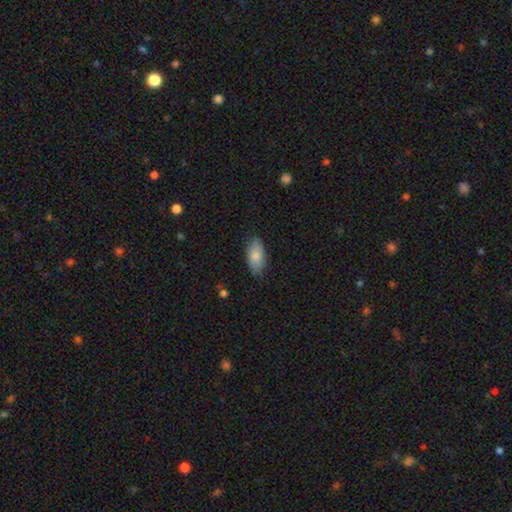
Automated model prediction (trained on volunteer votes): The model was most divided on "merging": none: 78%, minor disturbance: 18%, major disturbance: 3%, merger: 1%. More confident: how rounded — in between (91%); smooth or featured — smooth (81%).